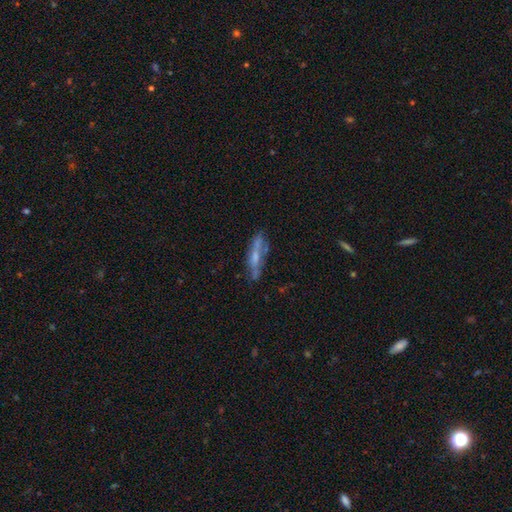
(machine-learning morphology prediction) This is possibly a featured or disk galaxy (52%). It is likely viewed edge-on (60%). Merging: possibly none (58%).